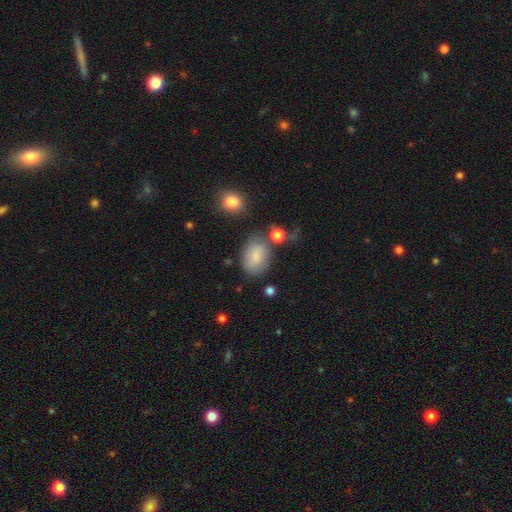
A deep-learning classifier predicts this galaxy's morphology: smooth-or-featured: smooth: 73% | featured or disk: 18% | star or artifact: 9%
  how-rounded: in between: 68% | round: 30% | cigar-shaped: 1%
  merging: none: 62% | minor disturbance: 22% | merger: 9% | major disturbance: 8%